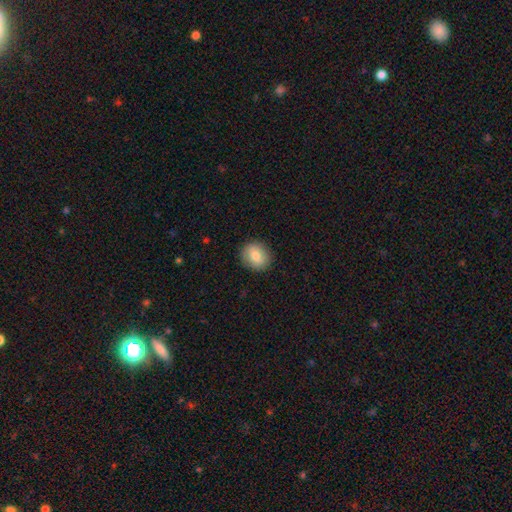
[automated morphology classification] A smooth galaxy with no disk features (79%) that is round (75%). Merging: none (88%).